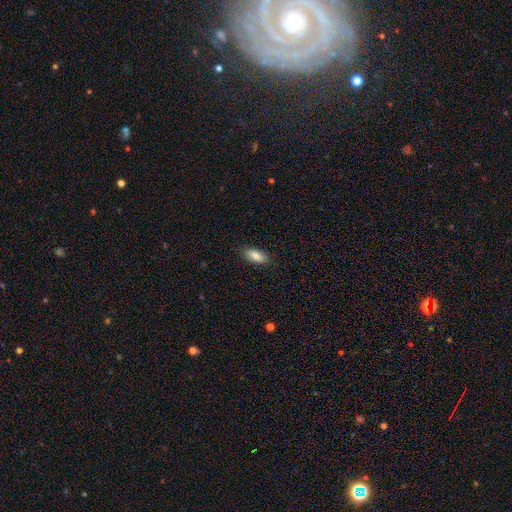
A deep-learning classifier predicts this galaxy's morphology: A smooth galaxy with no disk features (85%) that is in between round and cigar-shaped (87%). Merging: none (85%).